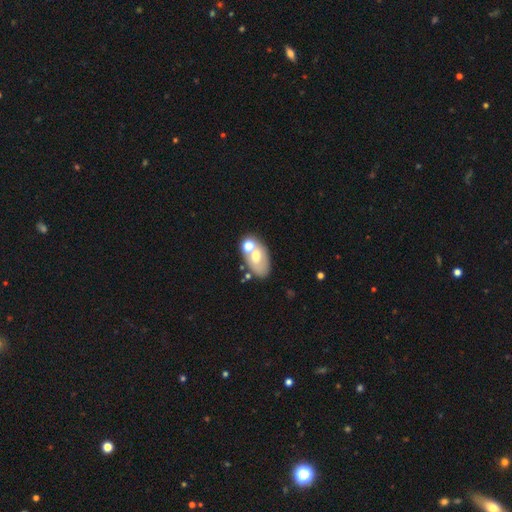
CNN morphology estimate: smooth_or_featured: smooth (p=0.54) [alt: featured or disk p=0.36]
how_rounded: in between (p=0.88) [alt: round p=0.10]
merging: none (p=0.51) [alt: merger p=0.29]